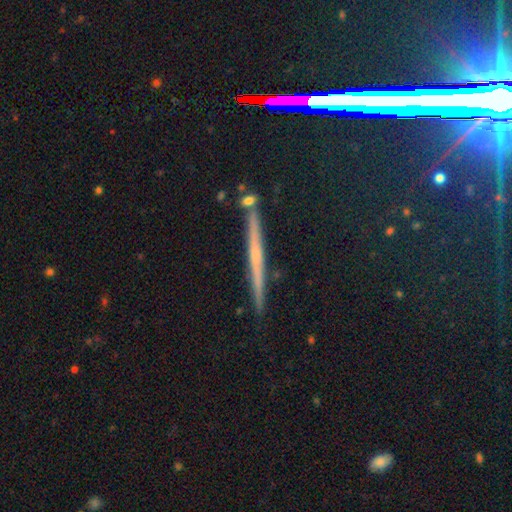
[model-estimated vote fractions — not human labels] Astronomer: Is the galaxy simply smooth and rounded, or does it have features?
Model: featured or disk — 54%.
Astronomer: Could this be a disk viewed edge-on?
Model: yes — 97%.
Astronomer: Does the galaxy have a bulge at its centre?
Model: none — 68%.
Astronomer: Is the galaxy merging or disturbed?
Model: none — 88%.